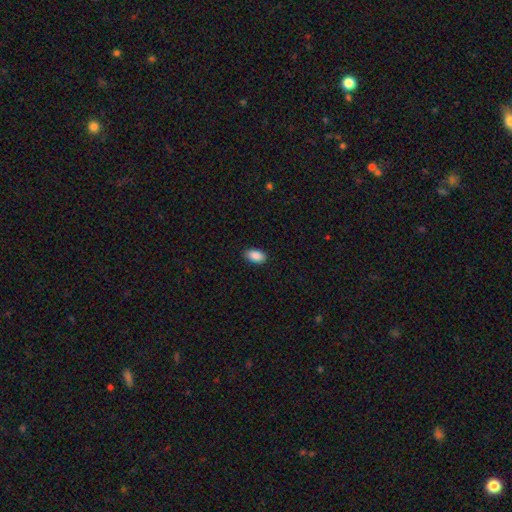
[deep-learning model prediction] Q: Smooth or featured?
A: smooth (89%); runner-up: star or artifact (7%)
Q: How rounded?
A: in between (93%); runner-up: round (5%)
Q: Merging?
A: none (89%); runner-up: minor disturbance (8%)